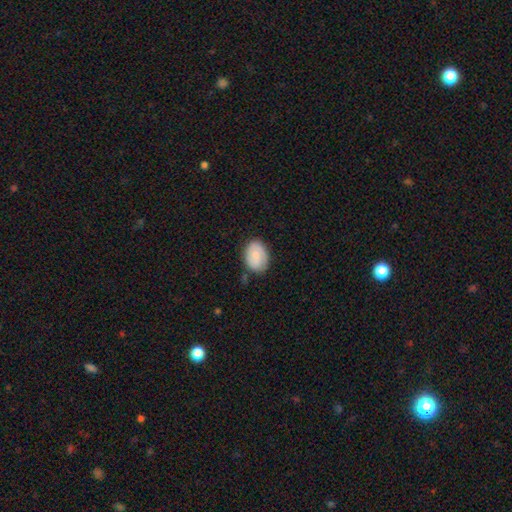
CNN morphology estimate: Q: Smooth or featured?
A: smooth (75%); runner-up: featured or disk (18%)
Q: How rounded?
A: in between (76%); runner-up: round (23%)
Q: Merging?
A: none (78%); runner-up: minor disturbance (16%)